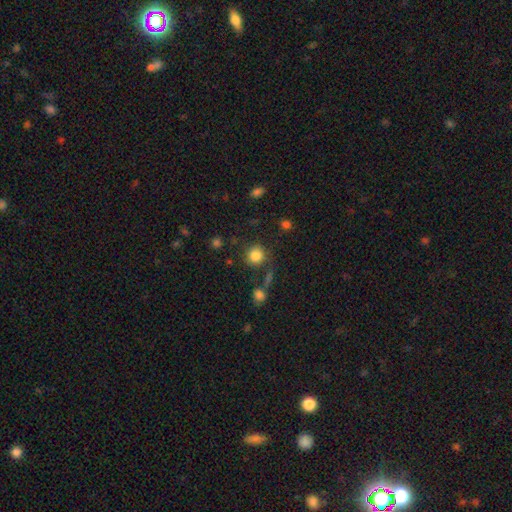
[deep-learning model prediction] This is clearly a smooth galaxy (83%). How rounded: clearly round (89%). Merging: likely none (79%).